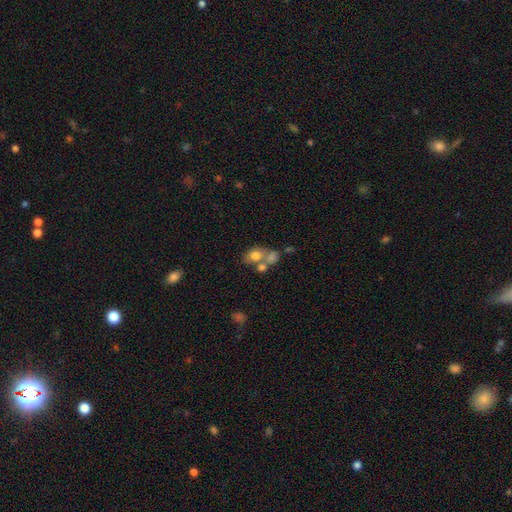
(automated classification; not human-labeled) Smooth or featured?
  - smooth: 69% *
  - featured or disk: 19%
  - star or artifact: 11%
How rounded?
  - in between: 55% *
  - round: 43%
  - cigar-shaped: 2%
Merging?
  - merger: 53% *
  - none: 30%
  - minor disturbance: 10%
  - major disturbance: 7%